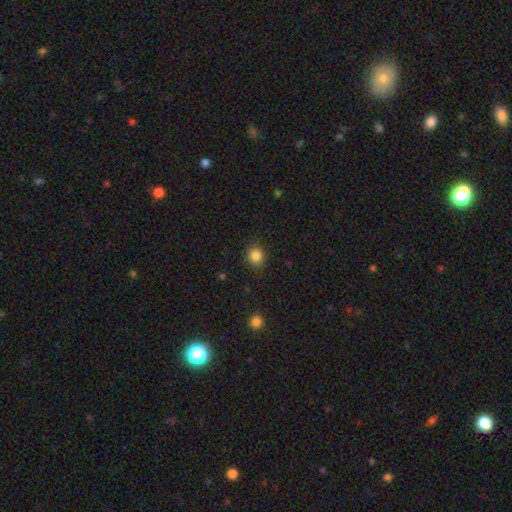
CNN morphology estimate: This is clearly a smooth galaxy (85%). How rounded: likely round (74%). Merging: clearly none (87%).